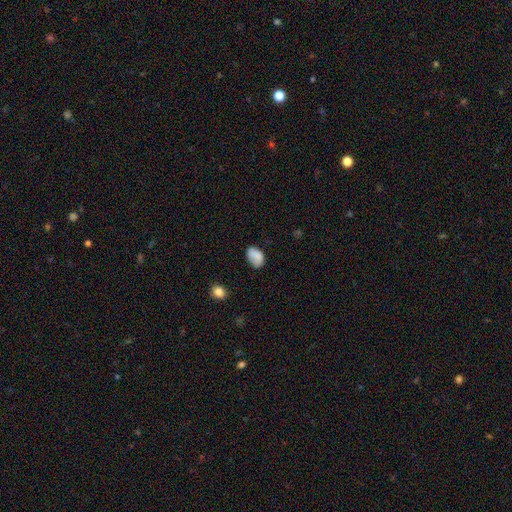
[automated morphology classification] Smooth or featured? Predicted: smooth (p=0.80). How rounded? Predicted: in between (p=0.86). Merging? Predicted: none (p=0.63).